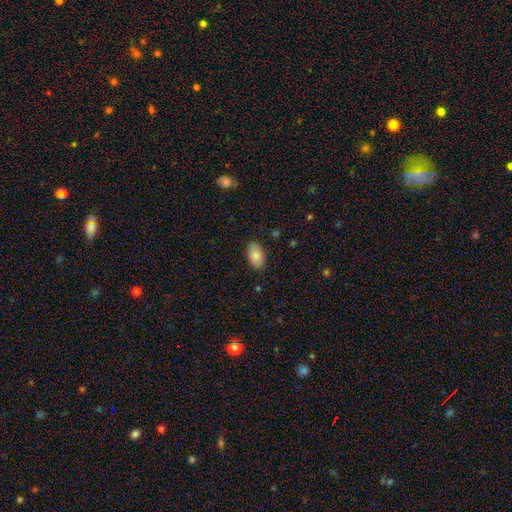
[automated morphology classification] This appears to be a smooth galaxy with no disk features (83%) that is in between round and cigar-shaped (92%). Merging: none (85%).